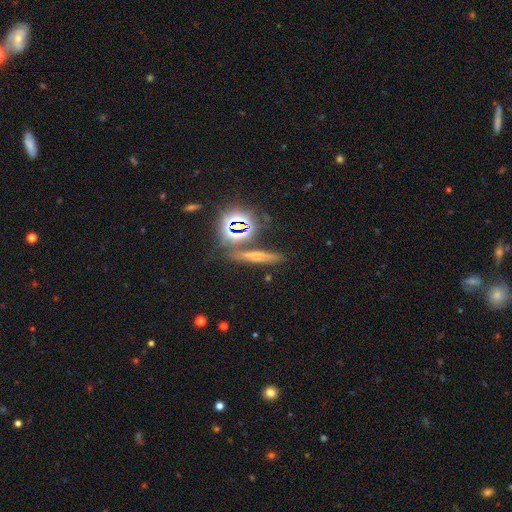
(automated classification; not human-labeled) The model was most divided on "smooth or featured": smooth: 50%, star or artifact: 30%, featured or disk: 20%. More confident: merging — none (75%).